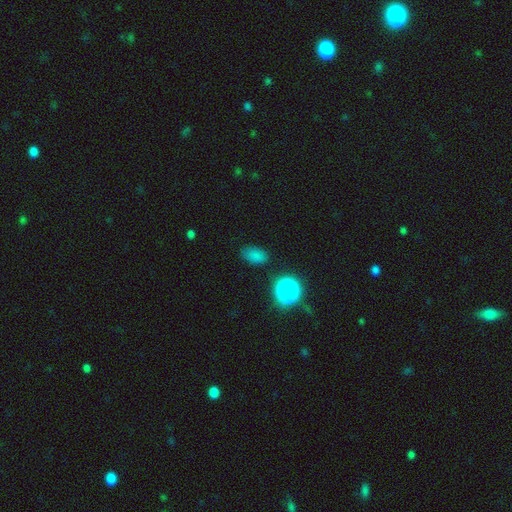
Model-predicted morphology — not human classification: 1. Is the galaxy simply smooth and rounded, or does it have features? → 78% smooth, 15% star or artifact, 6% featured or disk.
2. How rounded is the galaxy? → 85% in between, 13% round, 2% cigar-shaped.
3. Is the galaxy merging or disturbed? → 76% none, 16% minor disturbance, 5% major disturbance, 3% merger.